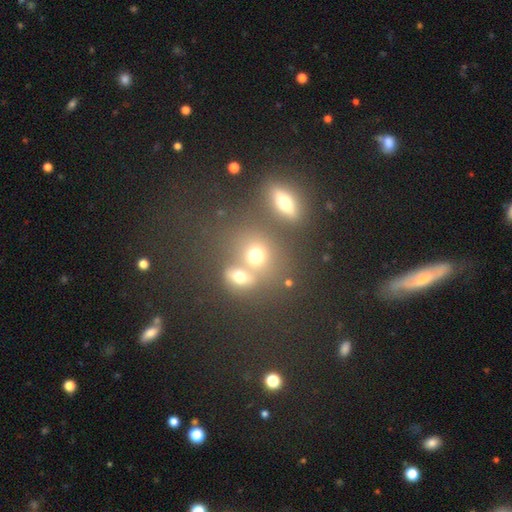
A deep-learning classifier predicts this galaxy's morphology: This appears to be a smooth galaxy with no disk features (68%) that is round (62%). Merging: none (45%).